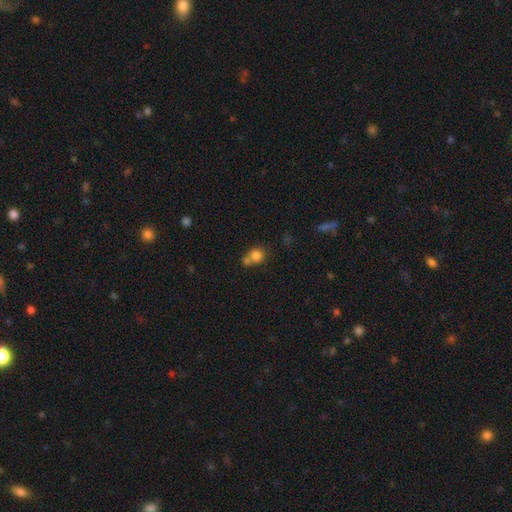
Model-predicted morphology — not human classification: A smooth galaxy with no disk features (80%) that is round (80%). Merging: none (44%).